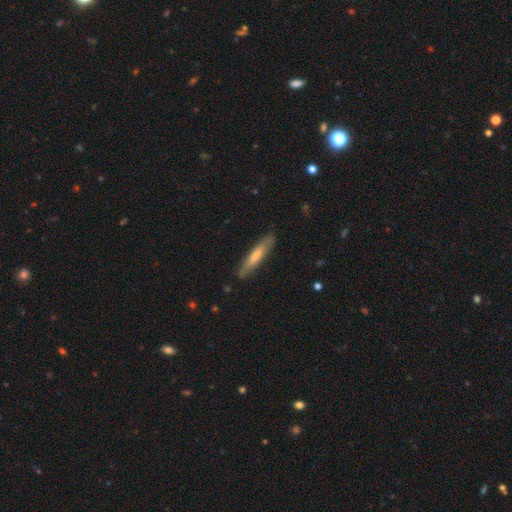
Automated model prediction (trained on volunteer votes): This is possibly a smooth galaxy (52%). How rounded: clearly cigar-shaped (89%). Merging: clearly none (86%).